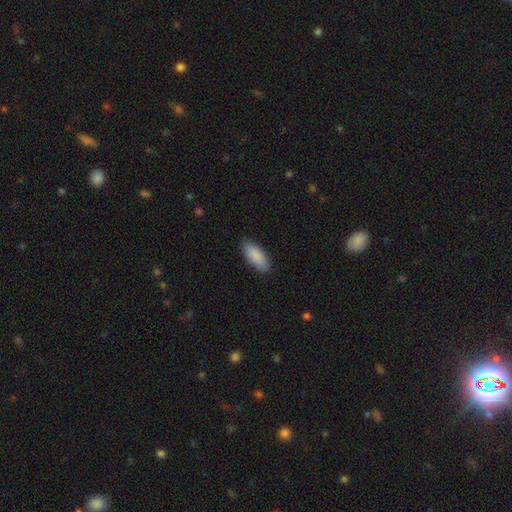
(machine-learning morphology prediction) This is clearly a smooth galaxy (89%). How rounded: likely in between (75%). Merging: clearly none (86%).